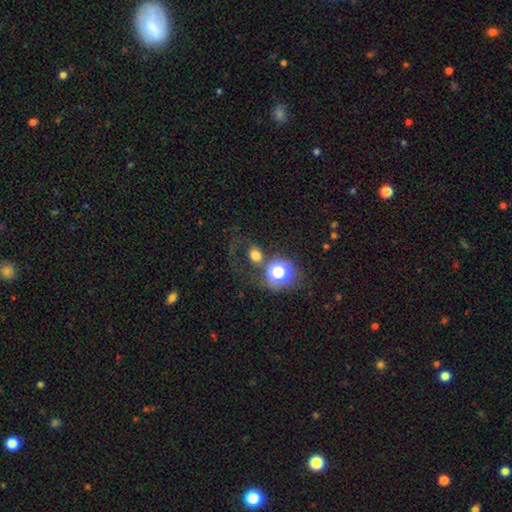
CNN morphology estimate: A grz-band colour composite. It shows a smooth galaxy with no disk features (66%) that is round (59%). Merging: none (50%).